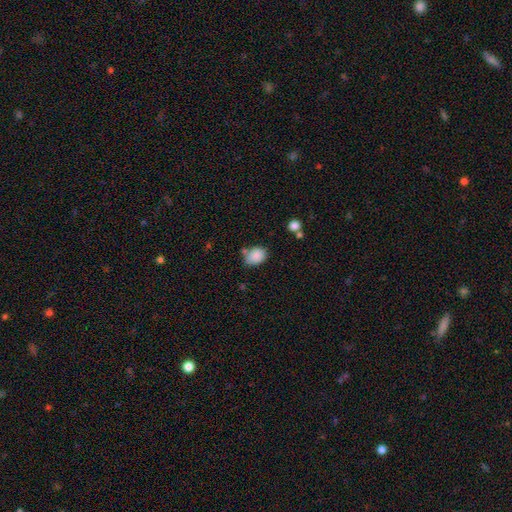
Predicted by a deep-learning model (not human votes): This is clearly a smooth galaxy (86%). How rounded: likely in between (65%). Merging: likely none (61%).